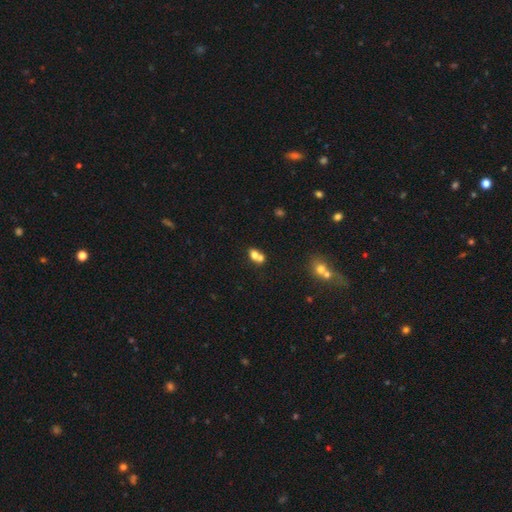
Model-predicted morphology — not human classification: Smooth or featured? Predicted: smooth (p=0.72). How rounded? Predicted: in between (p=0.54). Merging? Predicted: merger (p=0.62).